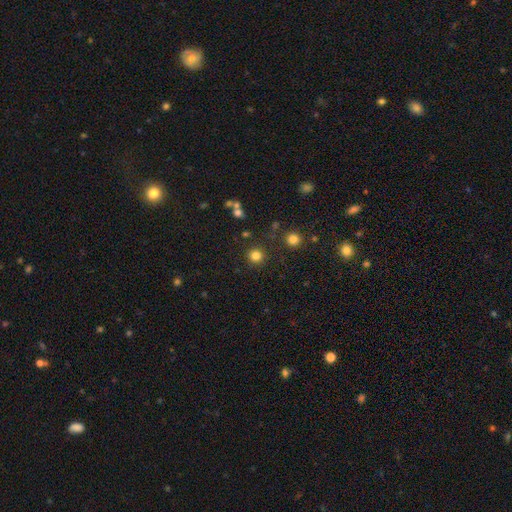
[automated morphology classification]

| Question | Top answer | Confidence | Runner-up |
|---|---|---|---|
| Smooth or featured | smooth | 81% | star or artifact (14%) |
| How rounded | round | 94% | in between (5%) |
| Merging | none | 88% | minor disturbance (6%) |